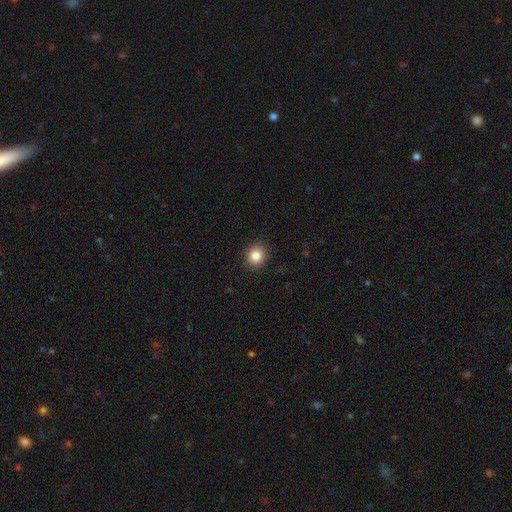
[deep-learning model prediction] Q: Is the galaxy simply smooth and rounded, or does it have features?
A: smooth — 85%.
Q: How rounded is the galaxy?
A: round — 81%.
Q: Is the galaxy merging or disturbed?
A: none — 91%.